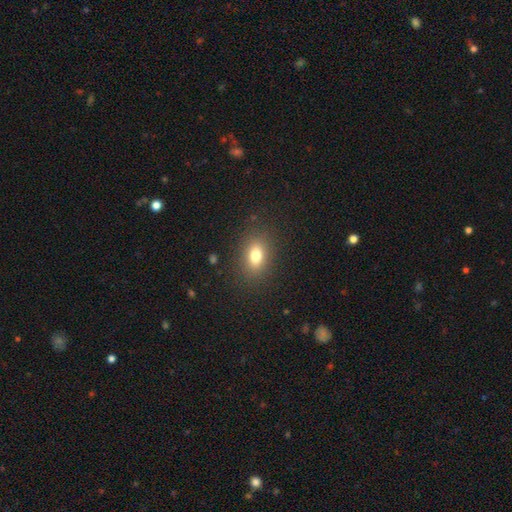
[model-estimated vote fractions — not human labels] Smooth or featured? smooth (78%)
How rounded? in between (77%)
Merging? none (86%)